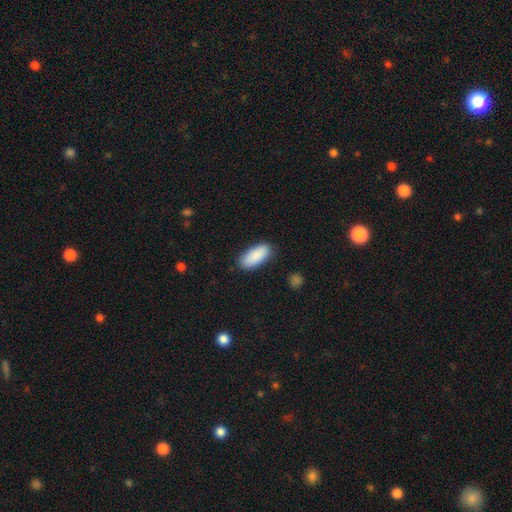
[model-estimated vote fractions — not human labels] The model was most divided on "how rounded": in between: 85%, cigar-shaped: 14%, round: 2%. More confident: smooth or featured — smooth (89%); merging — none (85%).